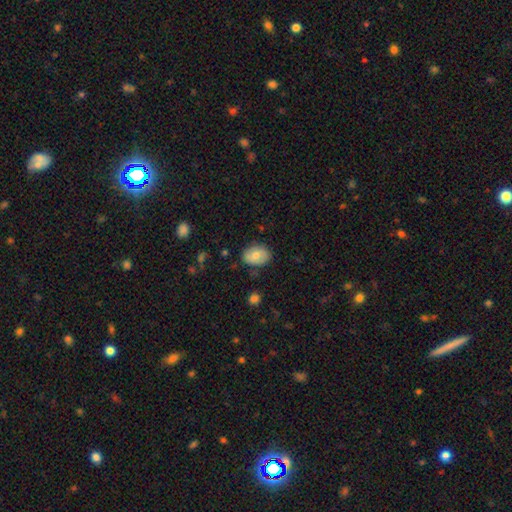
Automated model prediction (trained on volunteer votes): This is likely a smooth galaxy (68%). How rounded: likely in between (75%). Merging: likely none (78%).